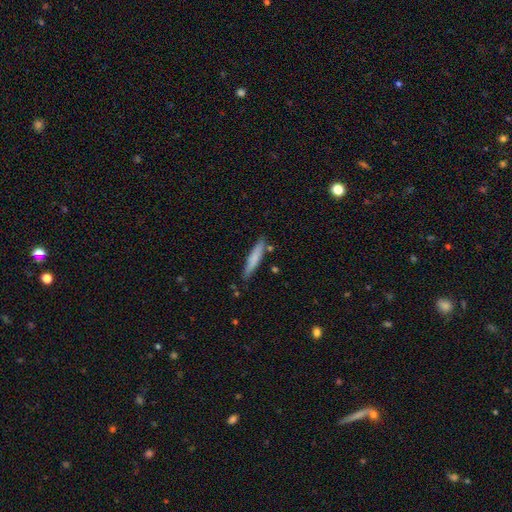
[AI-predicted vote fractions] Smooth or featured?
  - smooth: 74% *
  - featured or disk: 20%
  - star or artifact: 6%
How rounded?
  - cigar-shaped: 91% *
  - in between: 8%
  - round: 1%
Merging?
  - none: 82% *
  - minor disturbance: 12%
  - merger: 4%
  - major disturbance: 2%